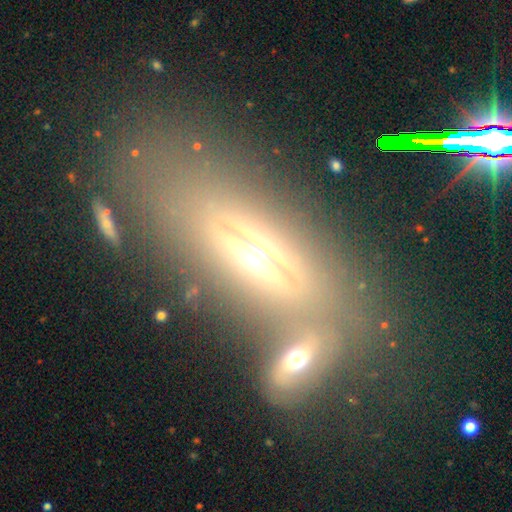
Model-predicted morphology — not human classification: smooth_or_featured: featured or disk (p=0.66) [alt: smooth p=0.22]
disk_edge_on: yes (p=0.84) [alt: no p=0.16]
edge_on_bulge: rounded (p=0.86) [alt: boxy p=0.08]
merging: none (p=0.52) [alt: merger p=0.28]